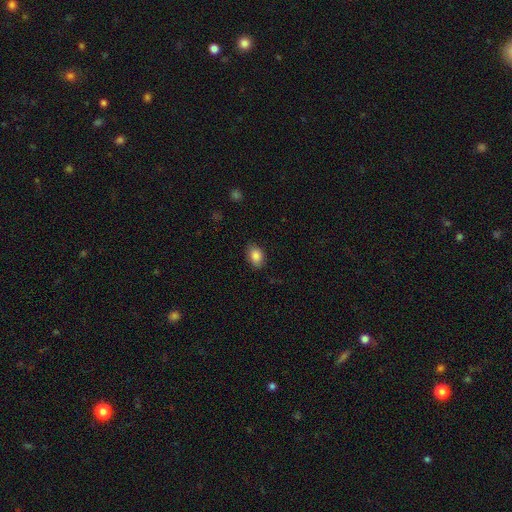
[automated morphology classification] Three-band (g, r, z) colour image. It shows a smooth galaxy with no disk features (86%) that is in between round and cigar-shaped (77%). Merging: none (82%).